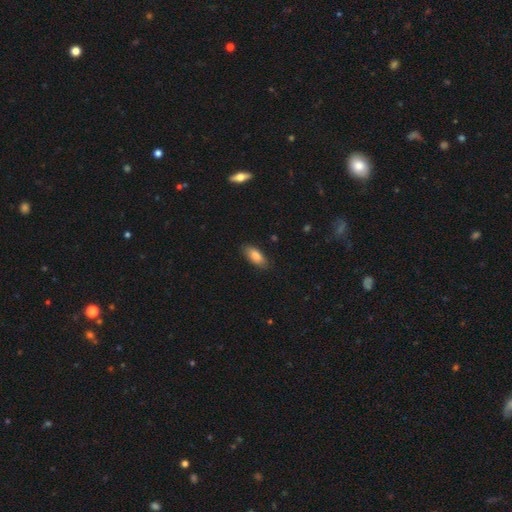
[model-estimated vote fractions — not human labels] A smooth galaxy with no disk features (84%) that is in between round and cigar-shaped (86%). Merging: none (84%).